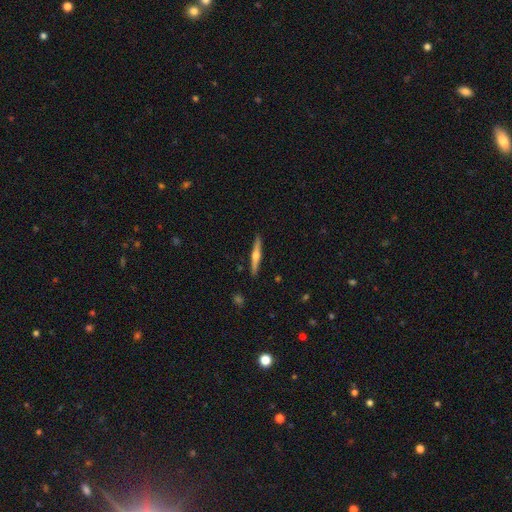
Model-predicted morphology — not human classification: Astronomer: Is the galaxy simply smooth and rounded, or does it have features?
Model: featured or disk — 69%.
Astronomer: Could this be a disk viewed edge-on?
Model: yes — 98%.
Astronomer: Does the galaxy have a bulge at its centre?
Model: rounded — 93%.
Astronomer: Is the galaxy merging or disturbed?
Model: none — 91%.